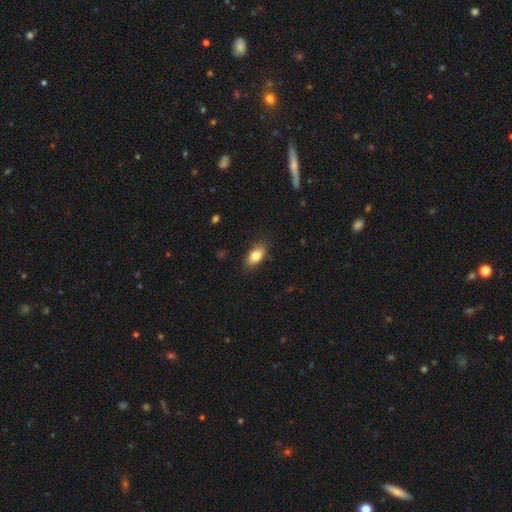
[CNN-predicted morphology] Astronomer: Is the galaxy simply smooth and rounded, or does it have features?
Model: smooth — 81%.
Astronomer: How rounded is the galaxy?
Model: in between — 86%.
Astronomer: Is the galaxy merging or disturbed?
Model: none — 83%.